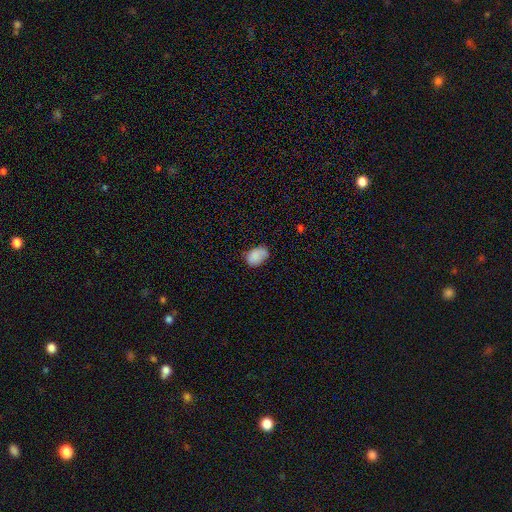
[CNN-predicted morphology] smooth-or-featured: smooth: 85% | star or artifact: 8% | featured or disk: 7%
  how-rounded: in between: 80% | round: 19% | cigar-shaped: 1%
  merging: none: 60% | minor disturbance: 30% | major disturbance: 7% | merger: 4%